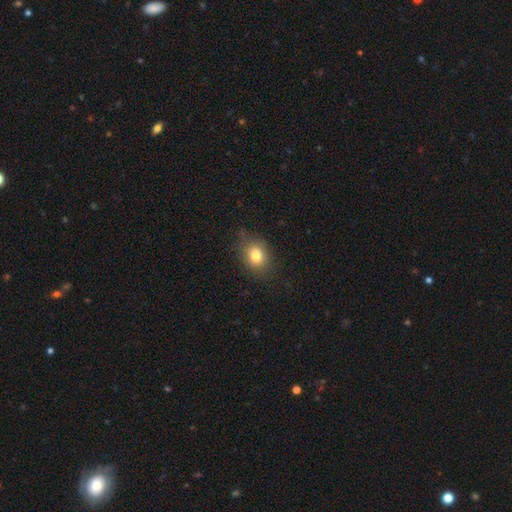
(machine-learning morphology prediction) Smooth or featured?
  - smooth: 80% *
  - star or artifact: 11%
  - featured or disk: 9%
How rounded?
  - in between: 55% *
  - round: 44%
  - cigar-shaped: 1%
Merging?
  - none: 80% *
  - minor disturbance: 14%
  - major disturbance: 4%
  - merger: 1%